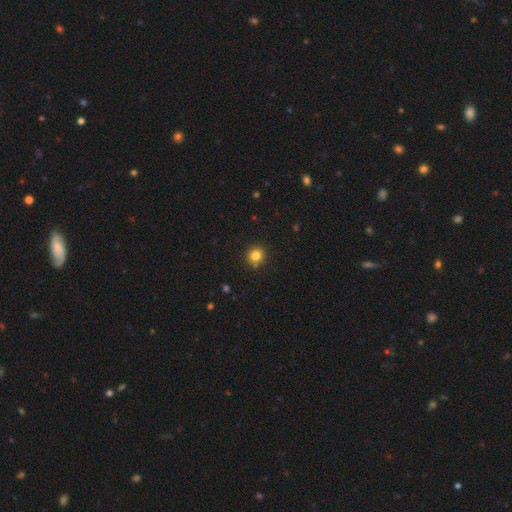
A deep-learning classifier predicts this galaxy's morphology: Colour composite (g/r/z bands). It shows a smooth galaxy with no disk features (83%) that is round (90%). Merging: none (88%).